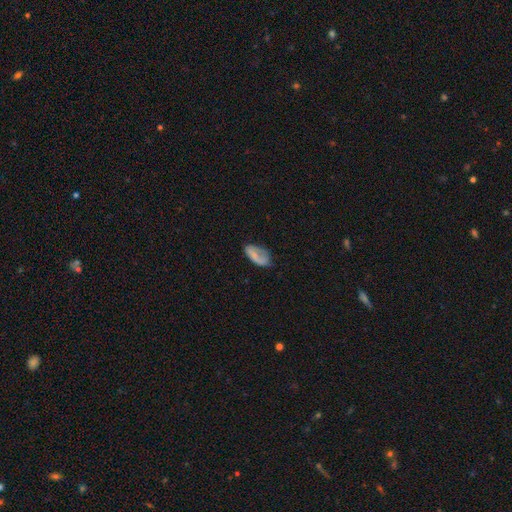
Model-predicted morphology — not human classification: Q: Smooth or featured?
A: smooth (72%); runner-up: featured or disk (20%)
Q: How rounded?
A: in between (91%); runner-up: cigar-shaped (6%)
Q: Merging?
A: none (49%); runner-up: minor disturbance (31%)